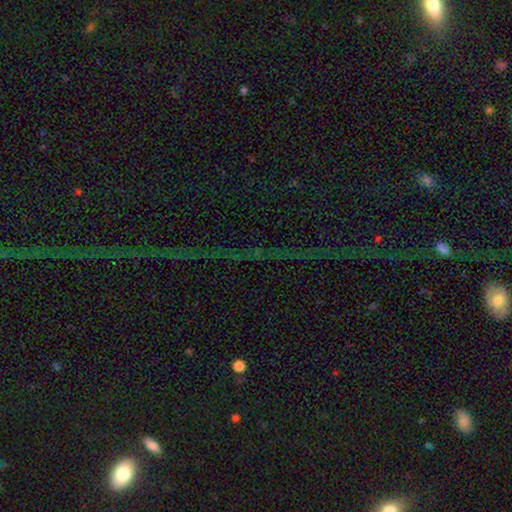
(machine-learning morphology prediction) A star or artifact, not a galaxy (78%).